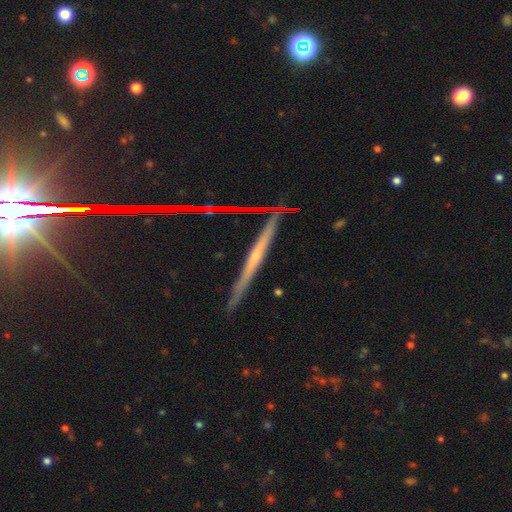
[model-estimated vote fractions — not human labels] Morphology: type=featured or disk (66%); edge-on=yes (96%); edge-on bulge=none (56%); merging=none (87%).